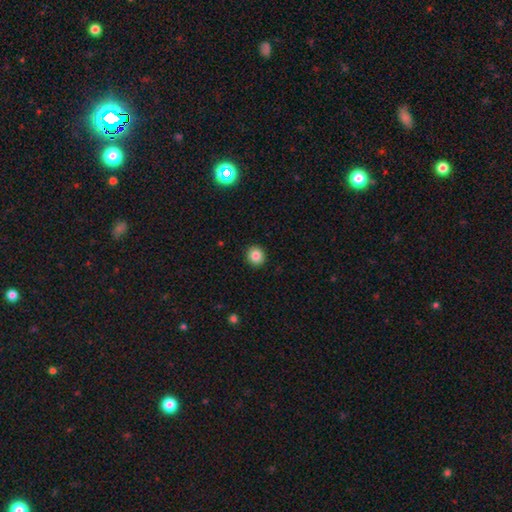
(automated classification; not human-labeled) Smooth or featured: smooth — 85% (star or artifact — 10%)
How rounded: round — 90% (in between — 9%)
Merging: none — 92% (minor disturbance — 5%)